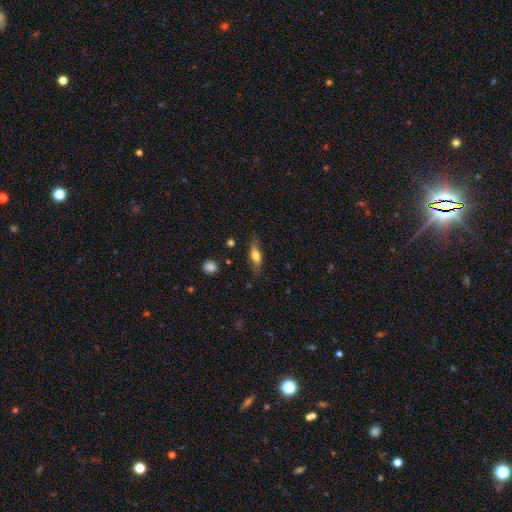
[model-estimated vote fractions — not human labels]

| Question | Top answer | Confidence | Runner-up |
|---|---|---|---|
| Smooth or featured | smooth | 60% | featured or disk (32%) |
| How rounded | in between | 59% | cigar-shaped (37%) |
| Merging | none | 72% | minor disturbance (21%) |